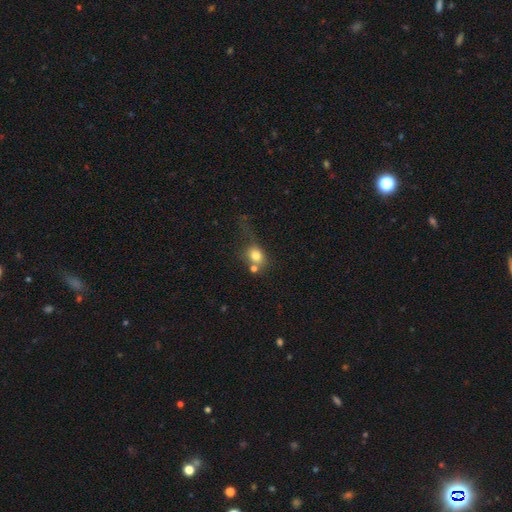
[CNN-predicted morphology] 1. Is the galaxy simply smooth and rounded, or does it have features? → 76% smooth, 13% featured or disk, 11% star or artifact.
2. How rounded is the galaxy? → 61% round, 37% in between, 2% cigar-shaped.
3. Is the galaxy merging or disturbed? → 37% none, 28% merger, 18% minor disturbance, 17% major disturbance.